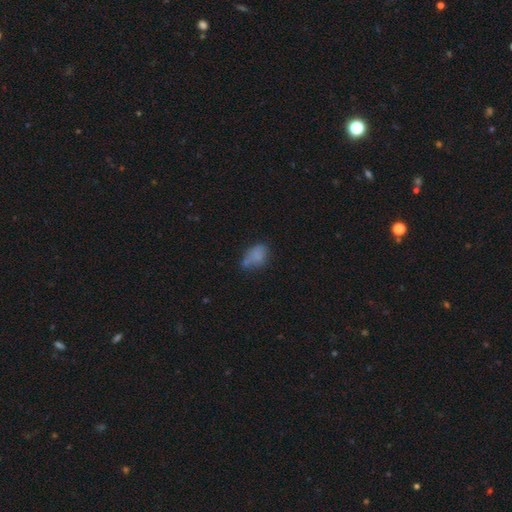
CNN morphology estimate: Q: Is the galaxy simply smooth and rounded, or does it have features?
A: smooth — 73%.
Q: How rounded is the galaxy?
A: in between — 80%.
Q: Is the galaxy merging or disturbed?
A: none — 43%.